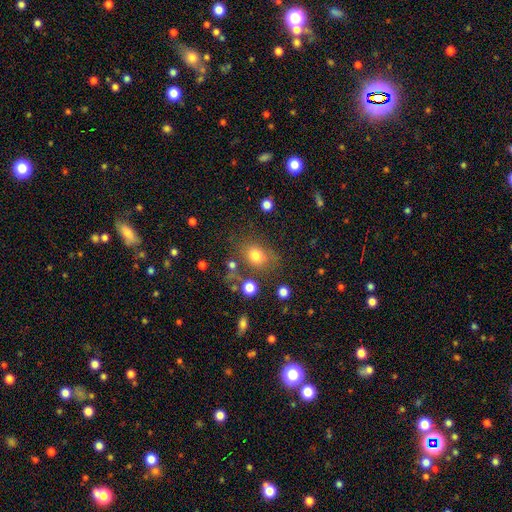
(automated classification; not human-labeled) This is likely a smooth galaxy (76%). How rounded: possibly in between (54%). Merging: likely none (65%).